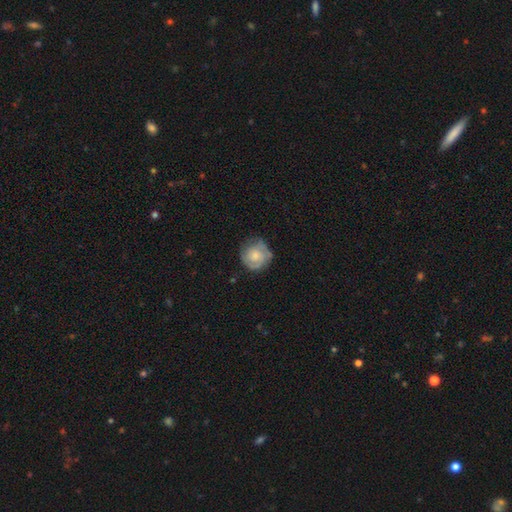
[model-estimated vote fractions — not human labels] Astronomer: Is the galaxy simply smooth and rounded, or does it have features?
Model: featured or disk — 55% (runner-up: smooth, 39%).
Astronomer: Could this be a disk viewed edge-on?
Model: no — 98%.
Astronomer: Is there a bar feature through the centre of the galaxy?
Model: no — 79%.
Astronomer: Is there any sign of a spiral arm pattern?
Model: yes — 80%.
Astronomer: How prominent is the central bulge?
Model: moderate — 42% (runner-up: small, 39%).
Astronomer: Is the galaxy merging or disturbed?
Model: none — 68%.